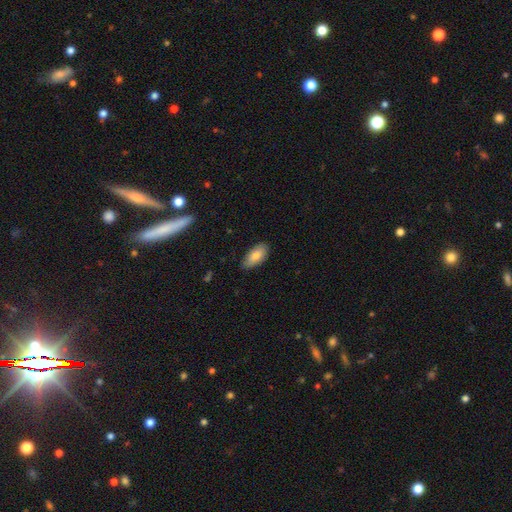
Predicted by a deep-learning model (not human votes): Q: Smooth or featured?
A: smooth (83%); runner-up: featured or disk (11%)
Q: How rounded?
A: in between (90%); runner-up: cigar-shaped (8%)
Q: Merging?
A: none (81%); runner-up: minor disturbance (15%)